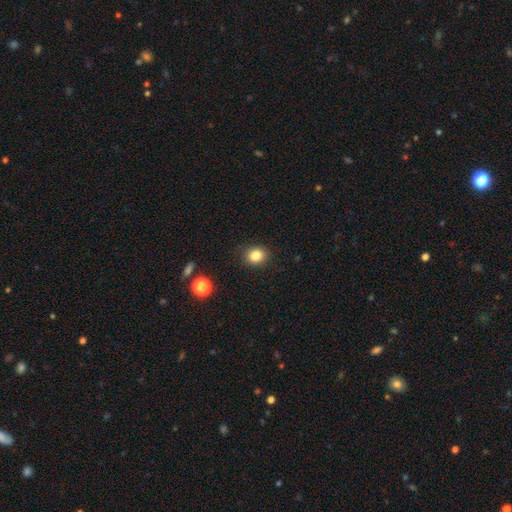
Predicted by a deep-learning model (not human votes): smooth 83%, star or artifact 12%, featured or disk 5%. Down the decision tree: how rounded — round (72%); merging — none (89%).